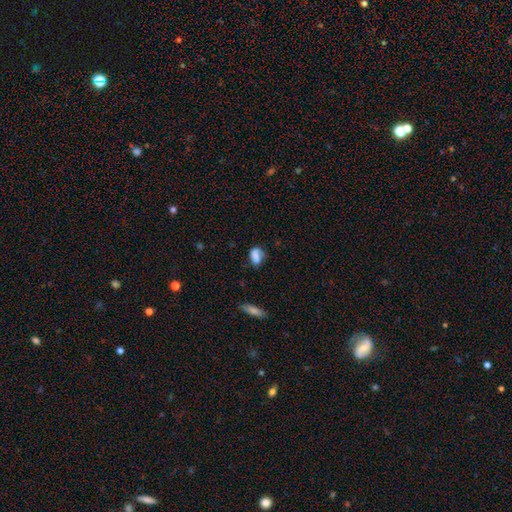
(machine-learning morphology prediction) type=smooth (71%); roundness=in between (77%); merging=none (50%).